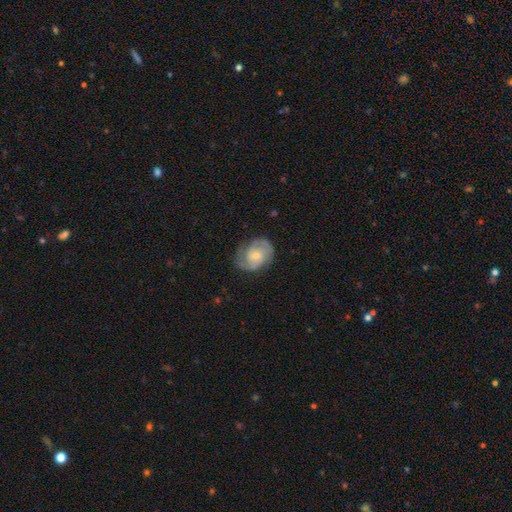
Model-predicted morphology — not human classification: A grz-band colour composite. It shows a featured or disk galaxy (74%) with no bar (55%), 2 (66%) medium (46%) spiral arms (93%) and a small central bulge (55%). Merging: none (68%).